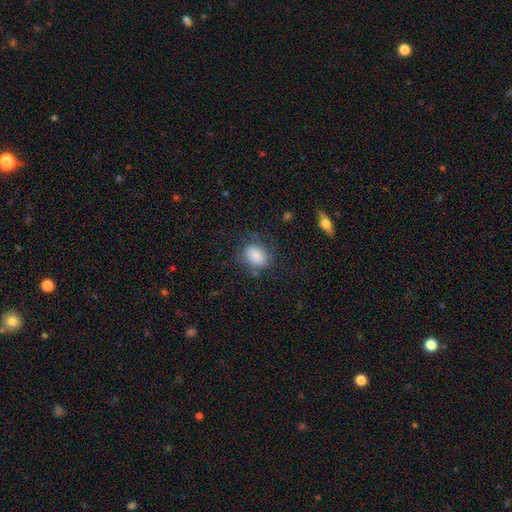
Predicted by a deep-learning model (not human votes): A smooth galaxy with no disk features (80%) that is in between round and cigar-shaped (71%).

Vote fractions:
- Smooth or featured? smooth: 80% / featured or disk: 11% / star or artifact: 8%
- How rounded? in between: 71% / round: 28% / cigar-shaped: 1%
- Merging? none: 60% / minor disturbance: 24% / major disturbance: 13% / merger: 3%